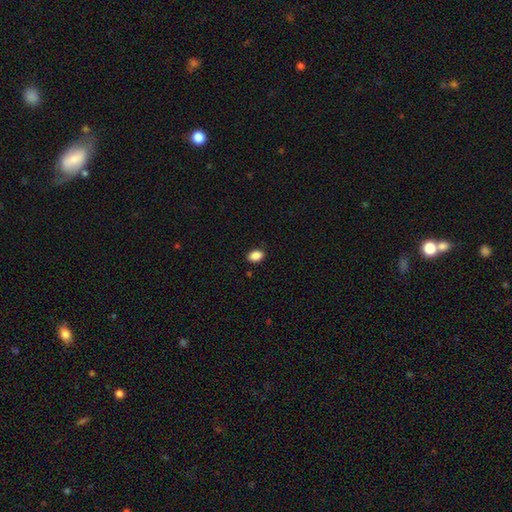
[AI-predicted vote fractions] The model was most divided on "how rounded": in between: 81%, round: 18%, cigar-shaped: 1%. More confident: merging — none (89%); smooth or featured — smooth (89%).